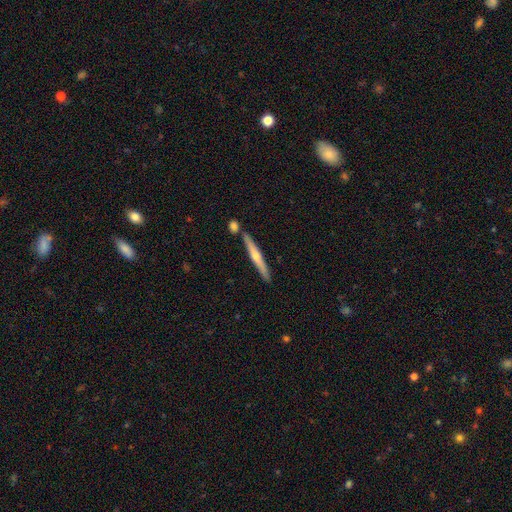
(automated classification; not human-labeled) Smooth or featured: featured or disk — 57% (smooth — 37%)
Edge-on disk: yes — 96% (no — 4%)
Edge-on bulge: rounded — 77% (none — 20%)
Merging: none — 81% (minor disturbance — 9%)